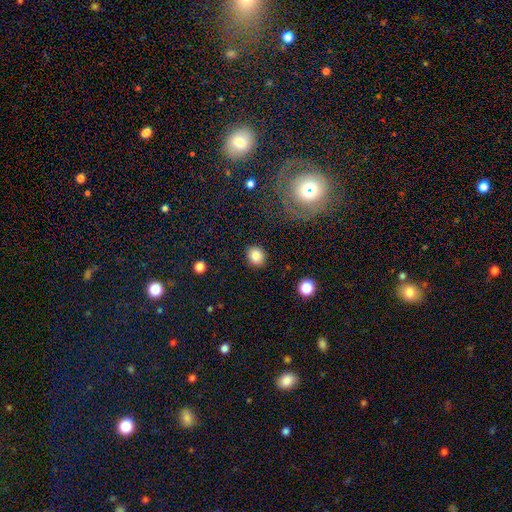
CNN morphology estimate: This is clearly a smooth galaxy (83%). How rounded: likely round (68%). Merging: clearly none (89%).